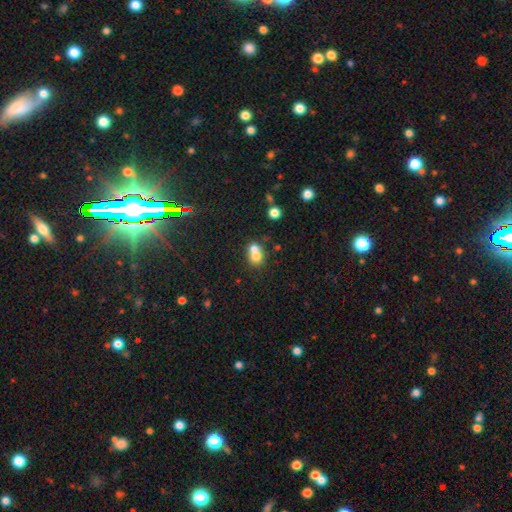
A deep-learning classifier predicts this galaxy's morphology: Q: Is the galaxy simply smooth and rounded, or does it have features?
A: smooth — 71%.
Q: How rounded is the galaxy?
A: round — 67%.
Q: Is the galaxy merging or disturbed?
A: merger — 63%.